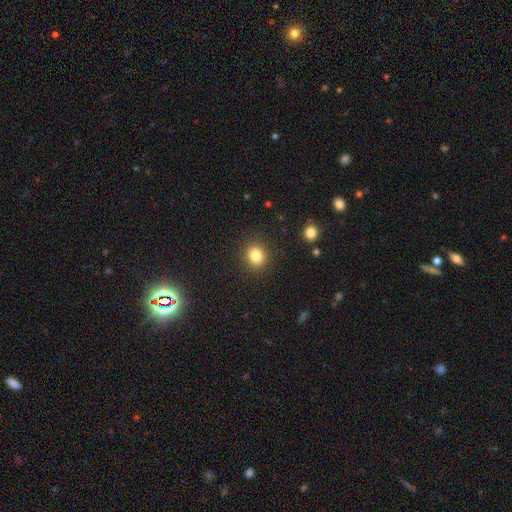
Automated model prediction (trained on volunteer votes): smooth-or-featured: smooth: 82% | star or artifact: 12% | featured or disk: 6%
  how-rounded: round: 80% | in between: 19% | cigar-shaped: 1%
  merging: none: 89% | minor disturbance: 7% | major disturbance: 3% | merger: 1%